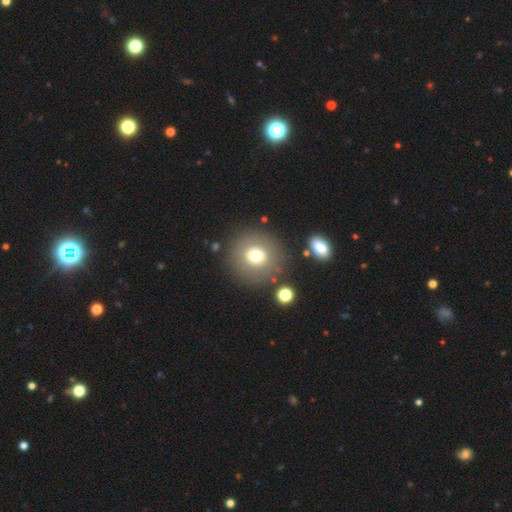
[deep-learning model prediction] smooth-or-featured: smooth: 70% | featured or disk: 19% | star or artifact: 11%
  how-rounded: round: 92% | in between: 7% | cigar-shaped: 1%
  merging: none: 82% | minor disturbance: 9% | major disturbance: 5% | merger: 4%